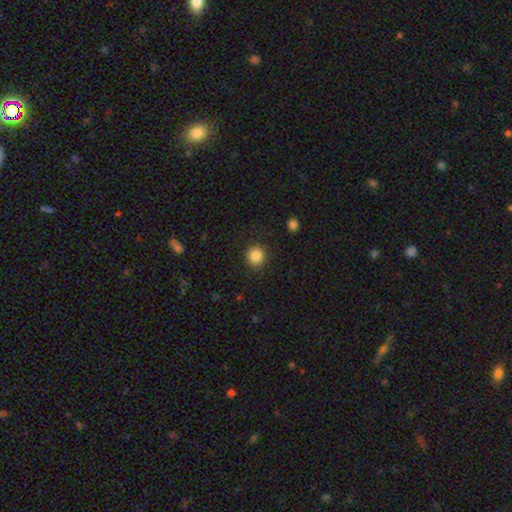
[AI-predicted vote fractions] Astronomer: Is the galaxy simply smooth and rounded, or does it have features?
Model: smooth — 85%.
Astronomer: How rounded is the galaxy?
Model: round — 91%.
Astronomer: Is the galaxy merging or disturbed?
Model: none — 90%.